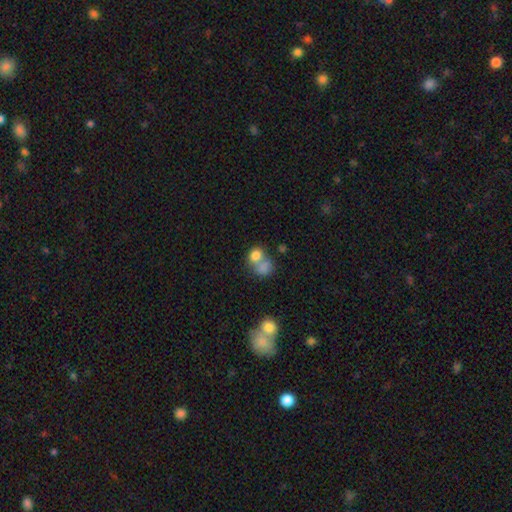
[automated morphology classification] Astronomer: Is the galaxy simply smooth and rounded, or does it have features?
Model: smooth — 78%.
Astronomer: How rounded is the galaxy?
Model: round — 61% (runner-up: in between, 38%).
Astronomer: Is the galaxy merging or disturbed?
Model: merger — 57%.